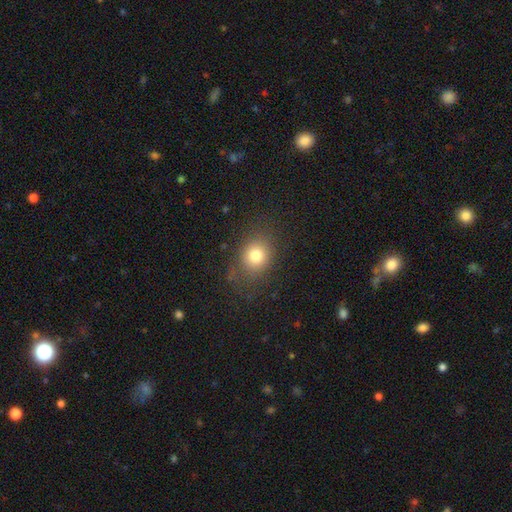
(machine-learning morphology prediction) Smooth or featured? smooth (78%)
How rounded? round (60%)
Merging? none (74%)